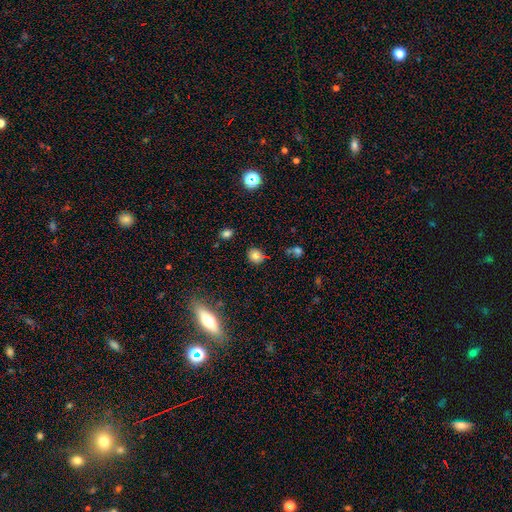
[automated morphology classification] Smooth or featured?
  - smooth: 77% *
  - star or artifact: 14%
  - featured or disk: 9%
How rounded?
  - round: 73% *
  - in between: 25%
  - cigar-shaped: 1%
Merging?
  - none: 75% *
  - minor disturbance: 16%
  - merger: 4%
  - major disturbance: 4%